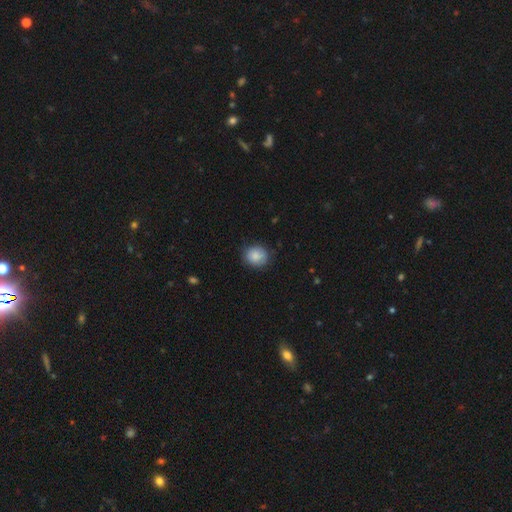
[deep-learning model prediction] Smooth or featured?
  - smooth: 84% *
  - featured or disk: 8%
  - star or artifact: 8%
How rounded?
  - round: 79% *
  - in between: 20%
  - cigar-shaped: 1%
Merging?
  - none: 79% *
  - minor disturbance: 17%
  - major disturbance: 3%
  - merger: 1%